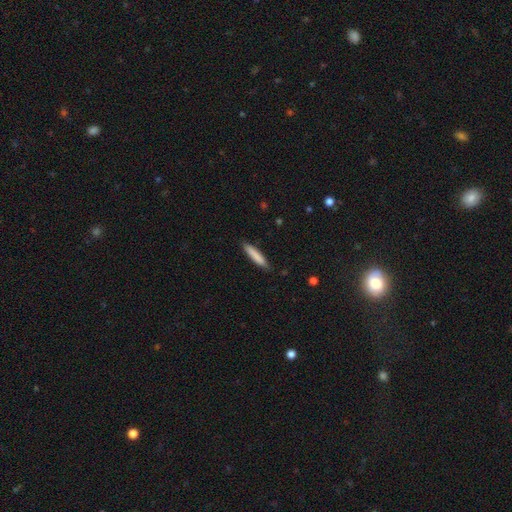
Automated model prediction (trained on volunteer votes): This appears to be a smooth galaxy with no disk features (83%) that is cigar-shaped (89%). Merging: none (86%).